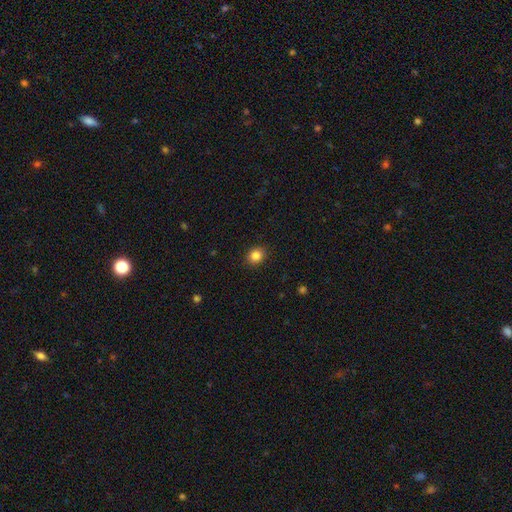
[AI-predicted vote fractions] smooth 84%, star or artifact 11%, featured or disk 5%. Down the decision tree: how rounded — round (70%); merging — none (91%).